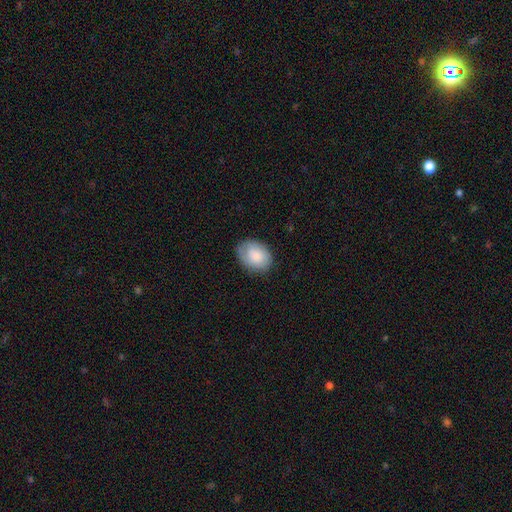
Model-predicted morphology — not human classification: A smooth galaxy with no disk features (82%) that is in between round and cigar-shaped (71%).

Vote fractions:
- Smooth or featured? smooth: 82% / featured or disk: 11% / star or artifact: 6%
- How rounded? in between: 71% / round: 28% / cigar-shaped: 1%
- Merging? none: 76% / minor disturbance: 18% / major disturbance: 4% / merger: 1%